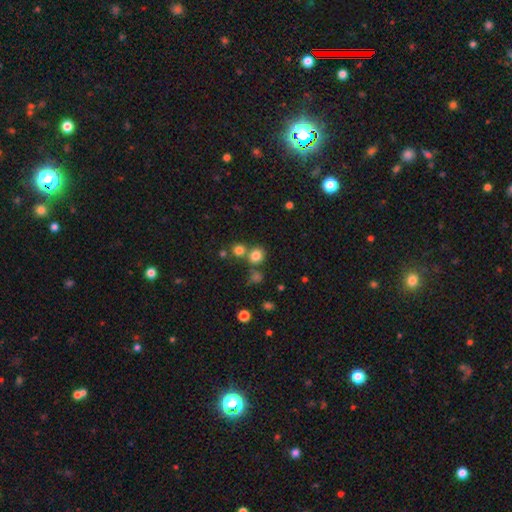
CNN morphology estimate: Smooth or featured? Predicted: smooth (p=0.79). How rounded? Predicted: round (p=0.77). Merging? Predicted: none (p=0.65).